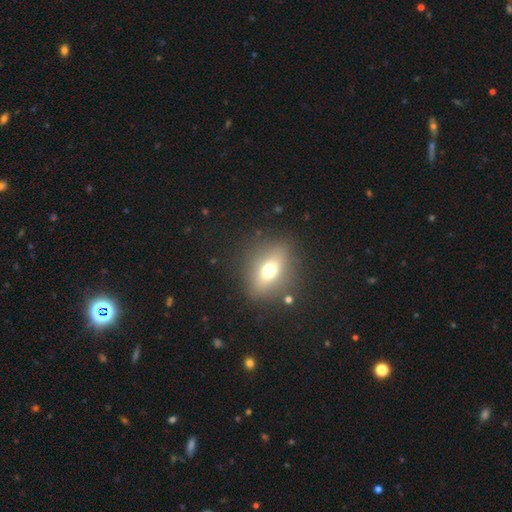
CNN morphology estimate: Smooth or featured? Predicted: featured or disk (p=0.46). Merging? Predicted: none (p=0.86).